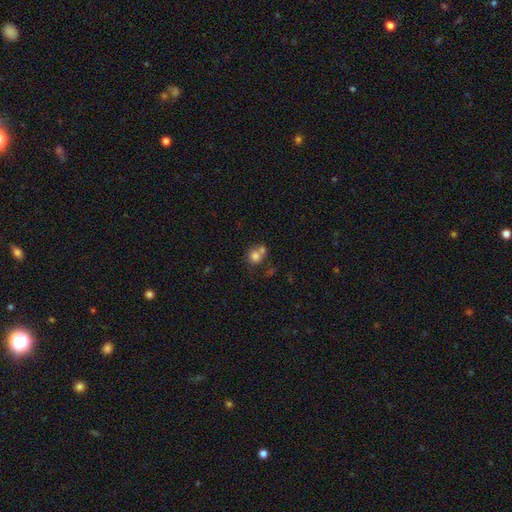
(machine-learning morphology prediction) smooth 76%, featured or disk 12%, star or artifact 11%. Down the decision tree: how rounded — round (80%); merging — merger (46%).